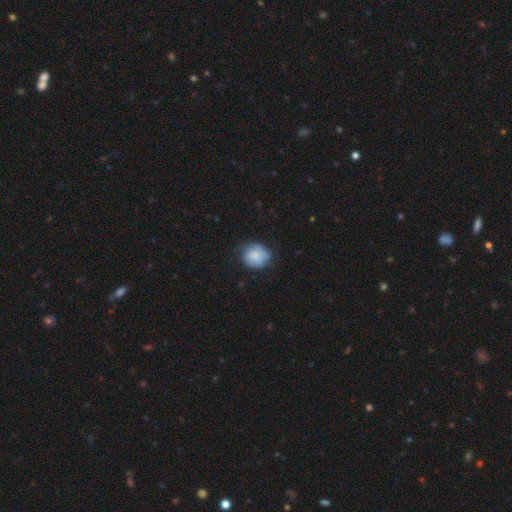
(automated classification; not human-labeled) A smooth galaxy with no disk features (84%) that is round (81%).

Vote fractions:
- Smooth or featured? smooth: 84% / featured or disk: 9% / star or artifact: 8%
- How rounded? round: 81% / in between: 18% / cigar-shaped: 1%
- Merging? none: 66% / minor disturbance: 26% / major disturbance: 6% / merger: 2%